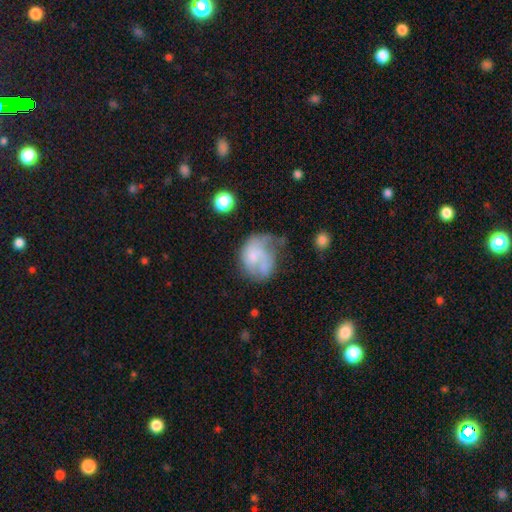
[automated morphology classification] A featured or disk galaxy (51%) with no bar (75%), spiral arms (64%) and a small central bulge (38%). Merging: major disturbance (37%).